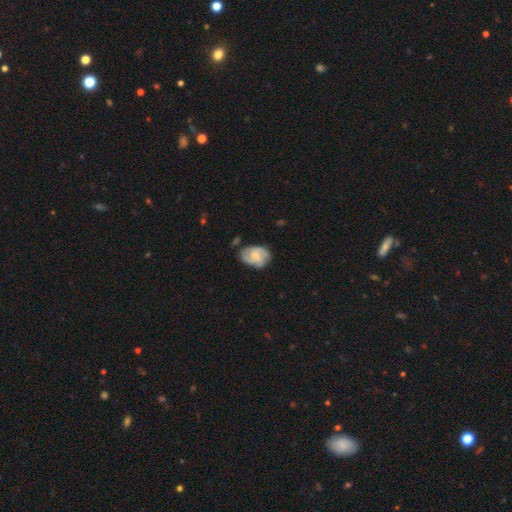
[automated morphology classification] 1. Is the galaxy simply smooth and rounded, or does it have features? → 66% featured or disk, 28% smooth, 6% star or artifact.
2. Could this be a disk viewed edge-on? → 98% no, 2% yes.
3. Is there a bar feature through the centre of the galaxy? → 54% no, 39% weak, 6% strong.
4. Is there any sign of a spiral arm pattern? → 92% yes, 8% no.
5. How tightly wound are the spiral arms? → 45% medium, 40% tight, 15% loose.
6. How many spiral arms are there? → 43% 2, 28% 3, 18% can't tell, 5% 4, 3% 1, 3% more than 4.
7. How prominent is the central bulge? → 53% small, 30% moderate, 13% none, 3% large, 1% dominant.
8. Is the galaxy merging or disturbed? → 67% none, 23% minor disturbance, 7% major disturbance, 3% merger.